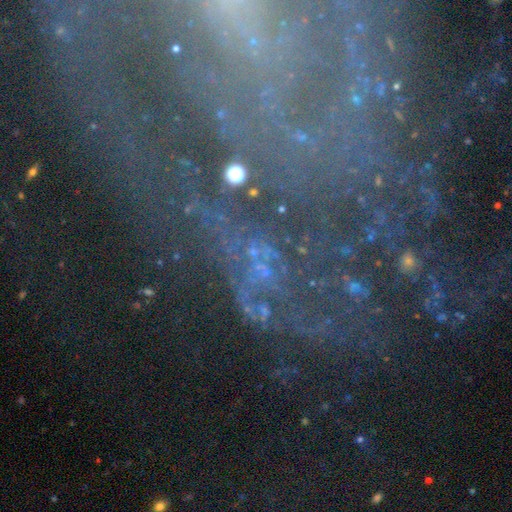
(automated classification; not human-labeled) A featured or disk galaxy (48%).

Vote fractions:
- Smooth or featured? featured or disk: 48% / star or artifact: 39% / smooth: 14%
- Merging? none: 61% / major disturbance: 17% / minor disturbance: 15% / merger: 6%